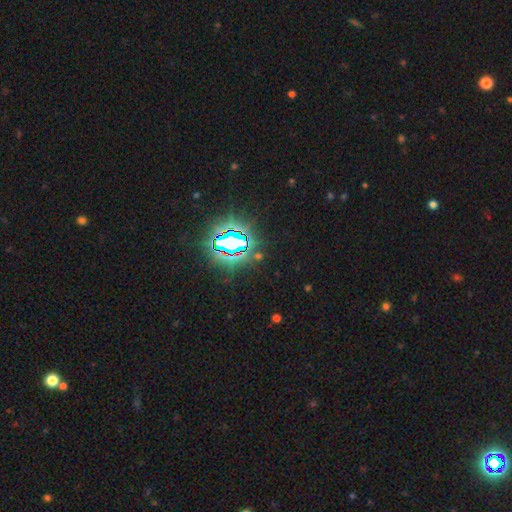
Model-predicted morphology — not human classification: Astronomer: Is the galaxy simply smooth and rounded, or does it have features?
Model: star or artifact — 81%.